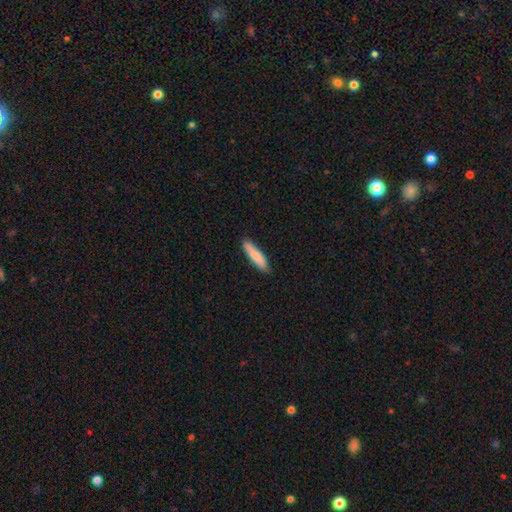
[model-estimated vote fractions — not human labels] A smooth galaxy with no disk features (82%) that is cigar-shaped (78%).

Vote fractions:
- Smooth or featured? smooth: 82% / featured or disk: 13% / star or artifact: 5%
- How rounded? cigar-shaped: 78% / in between: 21% / round: 1%
- Merging? none: 87% / minor disturbance: 10% / major disturbance: 2% / merger: 1%